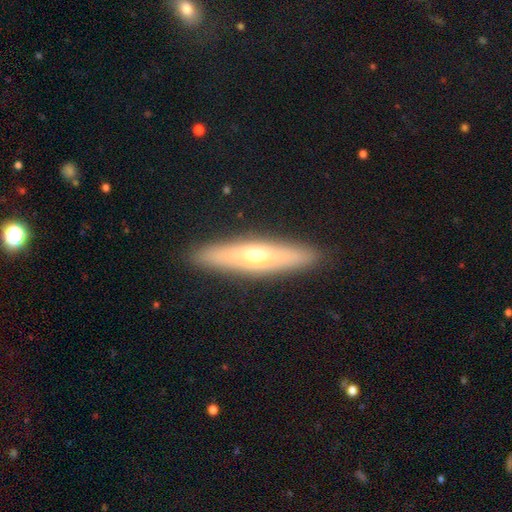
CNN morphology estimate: type=featured or disk (49%); merging=none (90%).